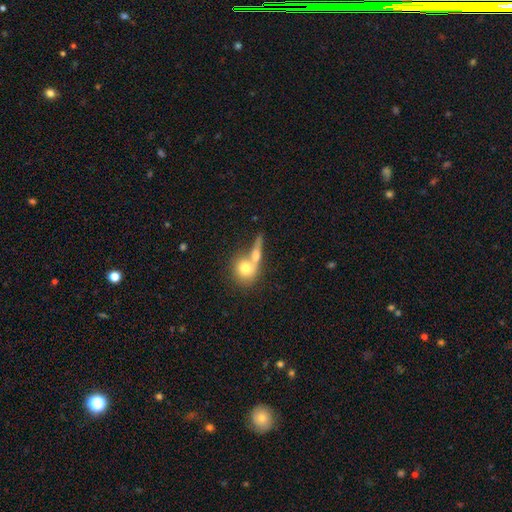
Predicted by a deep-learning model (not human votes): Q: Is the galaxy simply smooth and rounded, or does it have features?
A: smooth — 66%.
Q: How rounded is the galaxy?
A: round — 54%.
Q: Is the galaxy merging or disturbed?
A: merger — 51%.